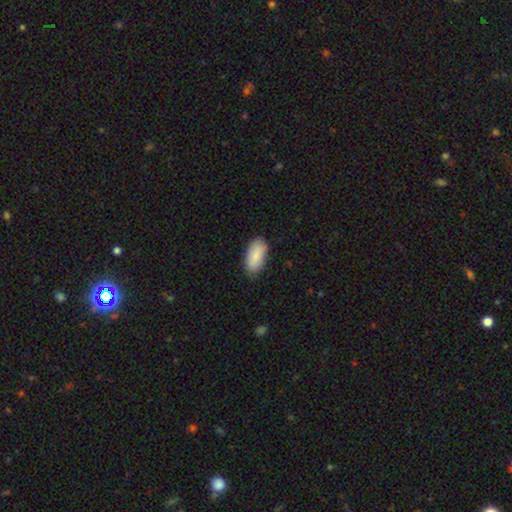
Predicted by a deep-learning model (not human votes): A smooth galaxy with no disk features (86%) that is in between round and cigar-shaped (92%). Merging: none (82%).